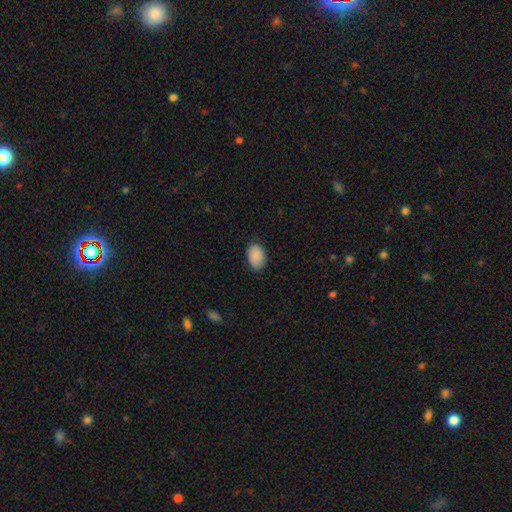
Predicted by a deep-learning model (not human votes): smooth_or_featured: smooth (p=0.90) [alt: star or artifact p=0.07]
how_rounded: in between (p=0.87) [alt: round p=0.12]
merging: none (p=0.83) [alt: minor disturbance p=0.14]